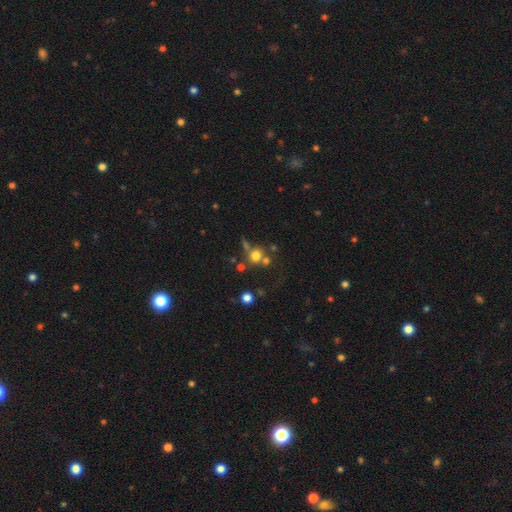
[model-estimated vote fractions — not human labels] Overall: smooth (68%). How rounded: round (85%). Merging: none (55%; merger 28%).